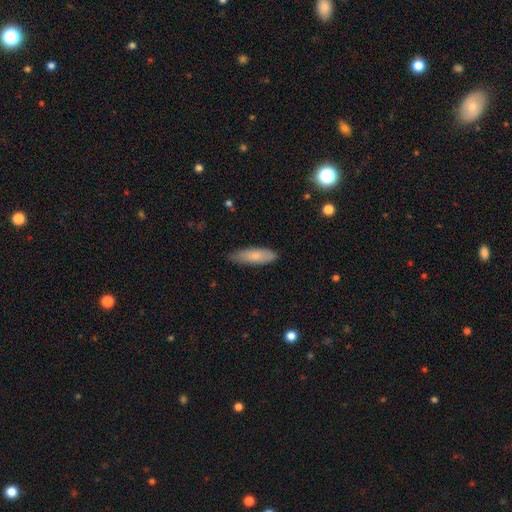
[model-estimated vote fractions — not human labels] This appears to be a smooth galaxy with no disk features (75%) that is cigar-shaped (51%). Merging: none (81%).